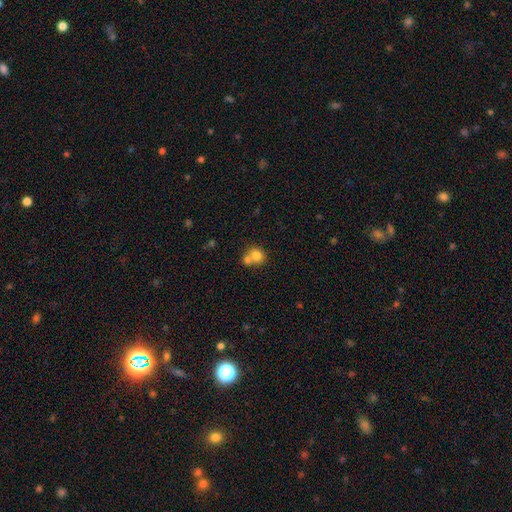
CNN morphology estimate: Smooth or featured?
  - smooth: 77% *
  - featured or disk: 13%
  - star or artifact: 10%
How rounded?
  - round: 74% *
  - in between: 25%
  - cigar-shaped: 1%
Merging?
  - merger: 53% *
  - none: 36%
  - minor disturbance: 7%
  - major disturbance: 3%